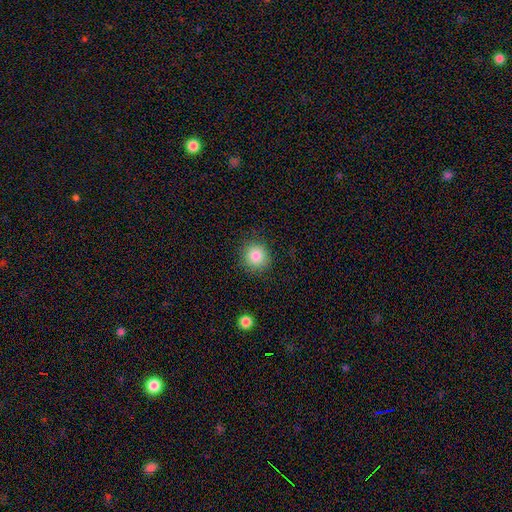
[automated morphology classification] A smooth galaxy with no disk features (84%) that is round (91%). Merging: none (88%).